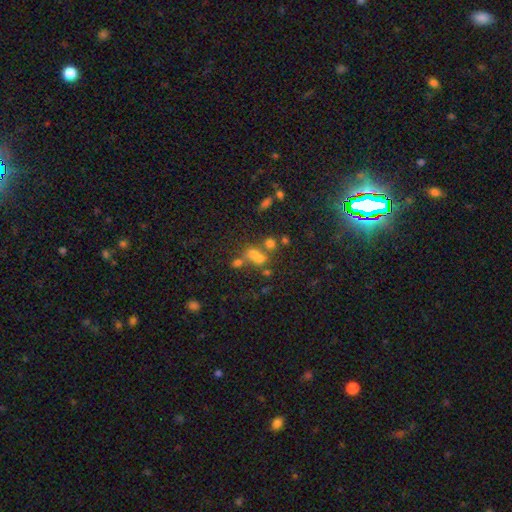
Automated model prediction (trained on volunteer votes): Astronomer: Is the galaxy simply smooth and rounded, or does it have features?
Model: smooth — 48% (runner-up: star or artifact, 31%).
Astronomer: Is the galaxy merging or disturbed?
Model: merger — 45% (runner-up: none, 37%).